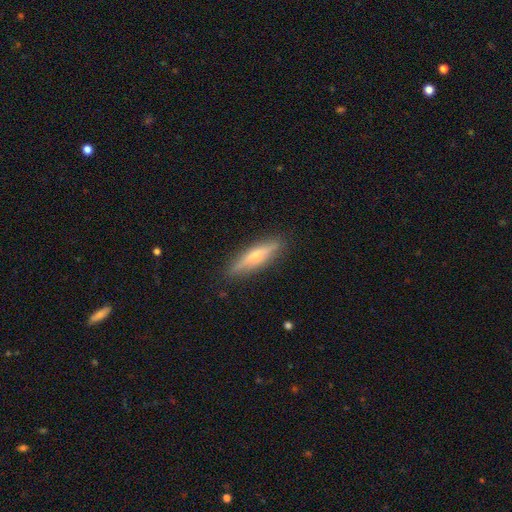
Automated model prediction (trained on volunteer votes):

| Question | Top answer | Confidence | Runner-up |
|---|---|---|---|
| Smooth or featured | featured or disk | 53% | smooth (40%) |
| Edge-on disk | yes | 92% | no (8%) |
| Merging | none | 88% | minor disturbance (9%) |